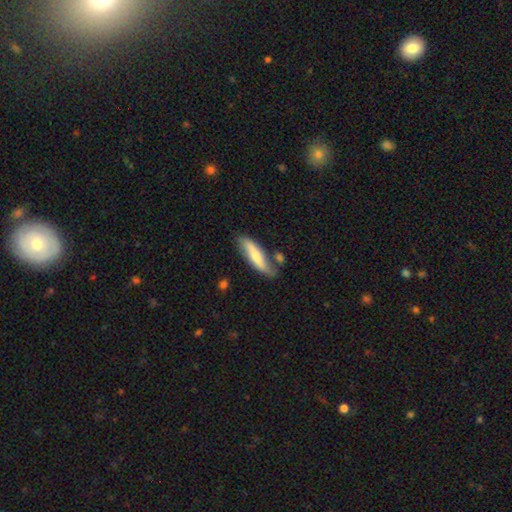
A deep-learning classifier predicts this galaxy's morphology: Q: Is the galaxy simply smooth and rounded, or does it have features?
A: smooth — 57%.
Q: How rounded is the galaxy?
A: cigar-shaped — 64%.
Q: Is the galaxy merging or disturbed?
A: none — 65%.